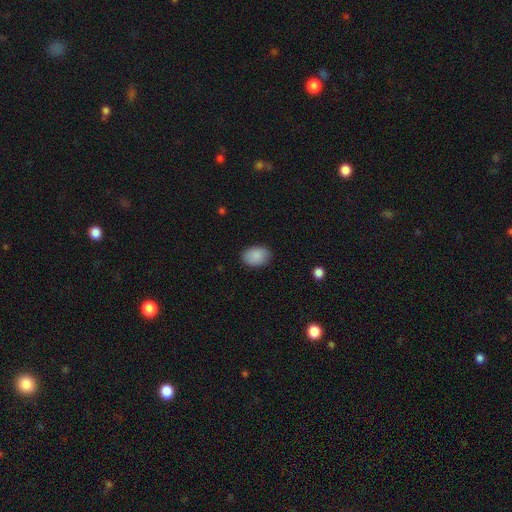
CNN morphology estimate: Smooth or featured? smooth (89%)
How rounded? in between (85%)
Merging? none (86%)